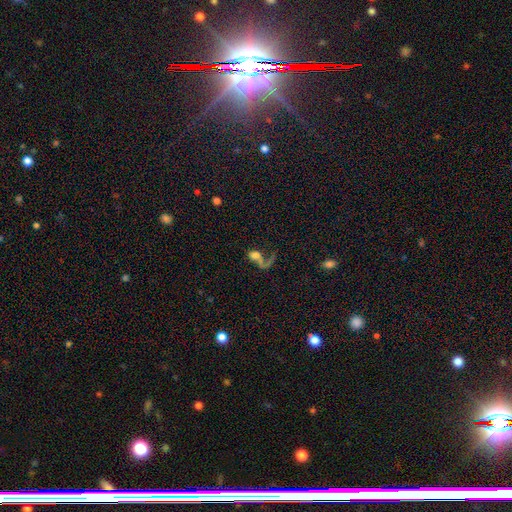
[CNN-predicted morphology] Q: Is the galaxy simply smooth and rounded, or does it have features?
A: smooth — 47%.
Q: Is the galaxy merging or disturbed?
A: merger — 35%, tied with major disturbance.